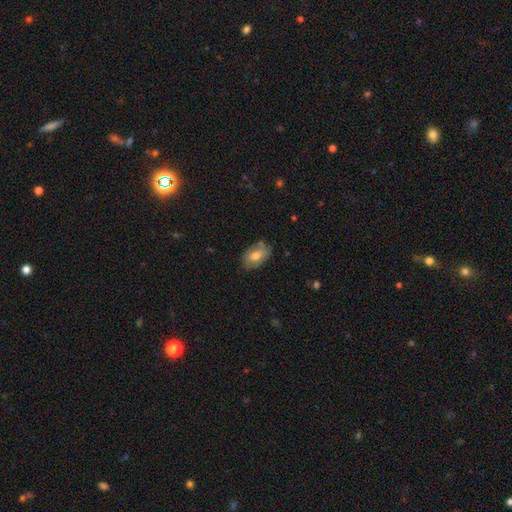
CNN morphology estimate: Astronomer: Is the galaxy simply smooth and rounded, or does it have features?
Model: smooth — 69%.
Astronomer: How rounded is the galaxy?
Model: in between — 90%.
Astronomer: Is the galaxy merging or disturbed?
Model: none — 70%.